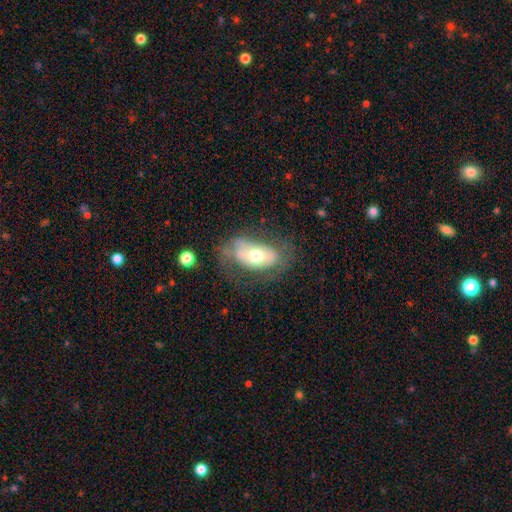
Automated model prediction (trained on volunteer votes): Overall: smooth (48%; featured or disk 44%). Merging: none (48%; minor disturbance 26%).